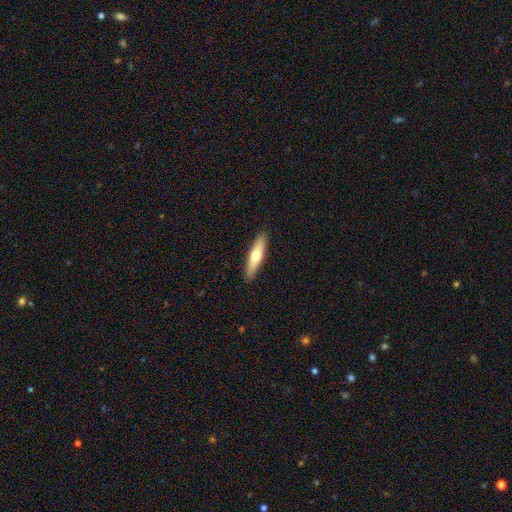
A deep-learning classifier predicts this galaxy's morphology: This appears to be a smooth galaxy with no disk features (53%) that is cigar-shaped (79%). Merging: none (91%).